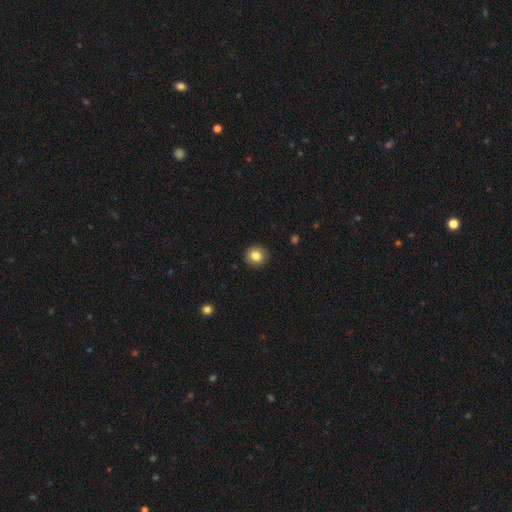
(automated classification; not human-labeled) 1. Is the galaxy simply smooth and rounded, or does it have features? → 83% smooth, 9% star or artifact, 7% featured or disk.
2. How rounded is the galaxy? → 89% round, 10% in between, 1% cigar-shaped.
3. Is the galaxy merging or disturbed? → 91% none, 7% minor disturbance, 2% major disturbance, 1% merger.